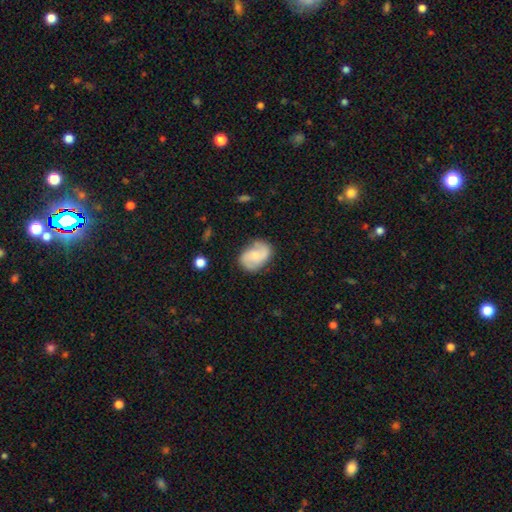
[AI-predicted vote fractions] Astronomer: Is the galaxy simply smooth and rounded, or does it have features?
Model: featured or disk — 66%.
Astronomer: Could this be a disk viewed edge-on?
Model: no — 98%.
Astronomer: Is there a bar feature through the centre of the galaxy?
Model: no — 59% (runner-up: weak, 35%).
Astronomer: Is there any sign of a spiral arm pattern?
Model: yes — 92%.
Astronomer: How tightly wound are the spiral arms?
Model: medium — 48% (runner-up: tight, 27%).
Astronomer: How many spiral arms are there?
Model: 2 — 83%.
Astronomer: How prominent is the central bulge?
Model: small — 46% (runner-up: moderate, 35%).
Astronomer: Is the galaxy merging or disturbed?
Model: none — 71%.